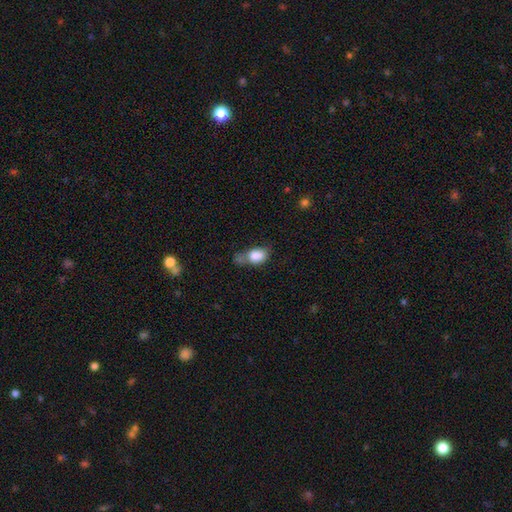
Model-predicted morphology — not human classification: Smooth or featured? smooth (82%)
How rounded? in between (79%)
Merging? minor disturbance (28%)